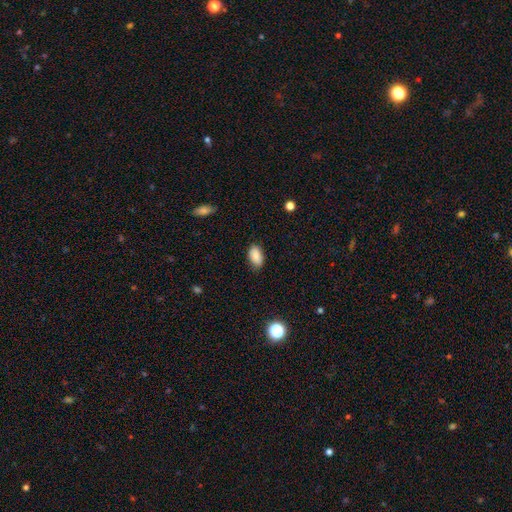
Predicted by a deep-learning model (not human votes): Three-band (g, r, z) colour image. It shows a smooth galaxy with no disk features (86%) that is in between round and cigar-shaped (93%). Merging: none (82%).